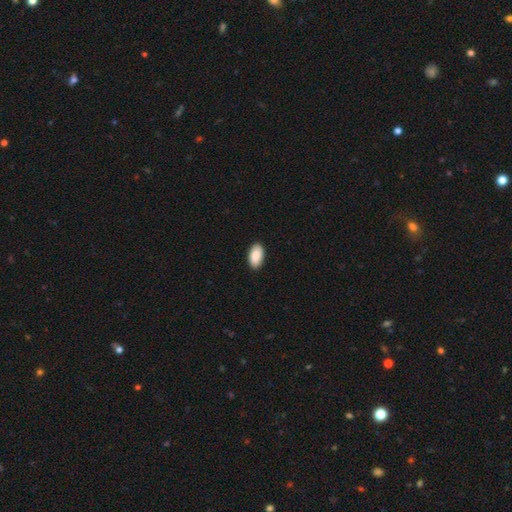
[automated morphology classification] smooth 90%, star or artifact 6%, featured or disk 5%. Down the decision tree: how rounded — in between (95%); merging — none (89%).